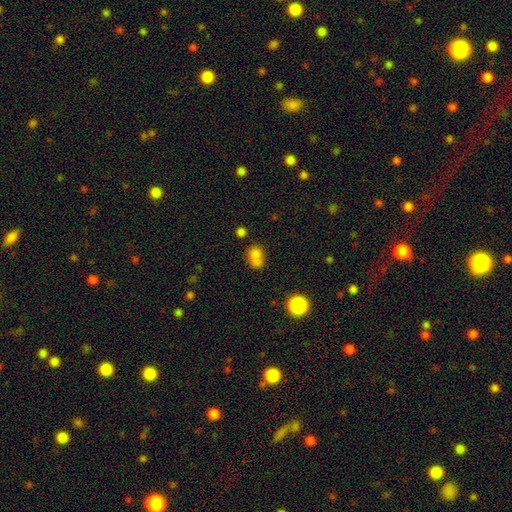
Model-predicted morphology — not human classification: Q: Smooth or featured?
A: smooth (75%); runner-up: star or artifact (14%)
Q: How rounded?
A: round (55%); runner-up: in between (44%)
Q: Merging?
A: merger (39%); runner-up: none (38%)